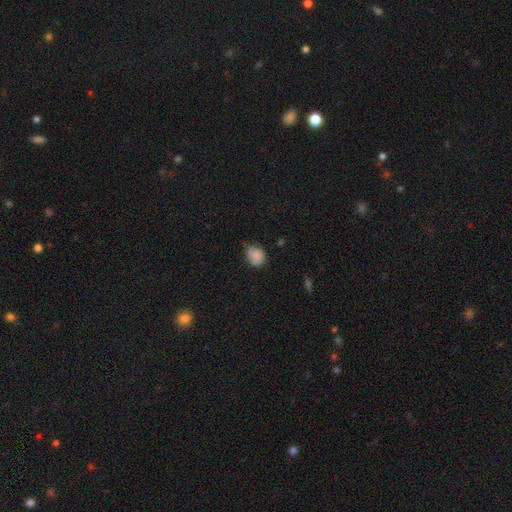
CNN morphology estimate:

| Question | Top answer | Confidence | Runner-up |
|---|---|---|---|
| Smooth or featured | smooth | 83% | star or artifact (9%) |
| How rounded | round | 61% | in between (38%) |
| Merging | none | 48% | minor disturbance (42%) |